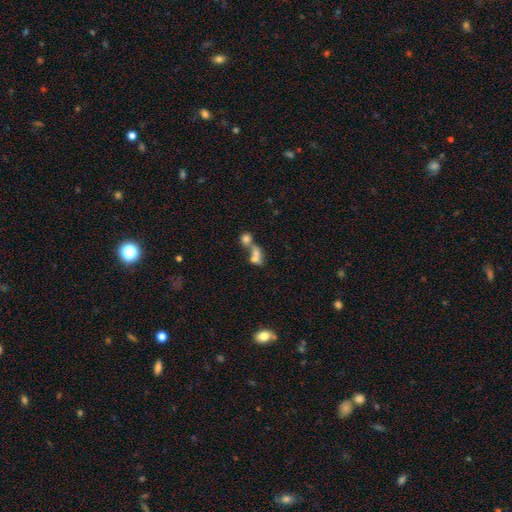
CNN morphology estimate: This appears to be a smooth galaxy with no disk features (63%) that is in between round and cigar-shaped (49%). Merging: merger (67%).